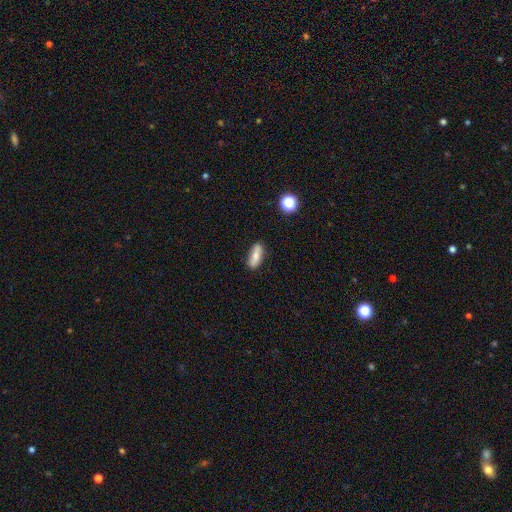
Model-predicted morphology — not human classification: Smooth or featured: smooth — 75% (featured or disk — 17%)
How rounded: in between — 62% (cigar-shaped — 34%)
Merging: none — 83% (minor disturbance — 12%)